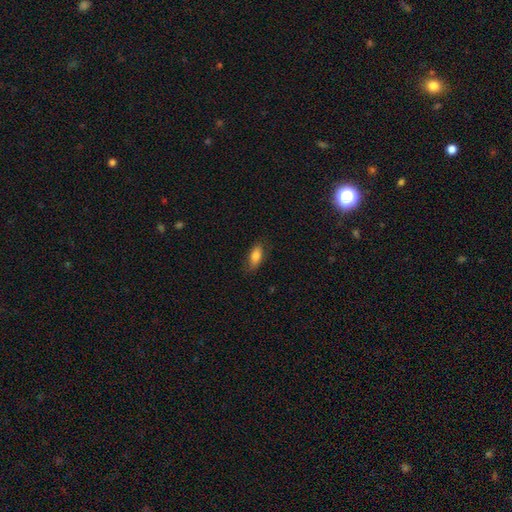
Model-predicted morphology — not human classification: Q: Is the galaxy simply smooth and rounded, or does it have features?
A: smooth — 80%.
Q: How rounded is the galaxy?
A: in between — 83%.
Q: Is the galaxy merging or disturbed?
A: none — 80%.